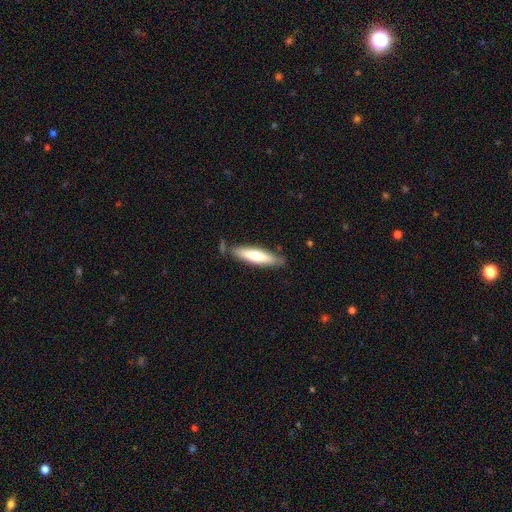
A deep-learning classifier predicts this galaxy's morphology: A smooth galaxy with no disk features (67%) that is cigar-shaped (77%). Merging: none (76%).